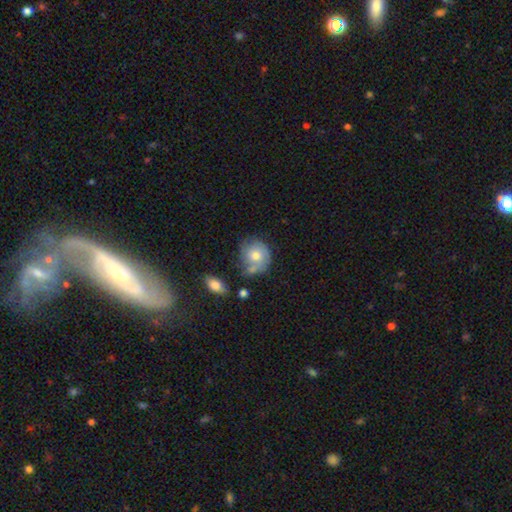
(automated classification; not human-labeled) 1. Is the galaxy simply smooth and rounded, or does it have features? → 63% smooth, 29% featured or disk, 7% star or artifact.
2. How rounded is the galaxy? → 77% round, 22% in between, 1% cigar-shaped.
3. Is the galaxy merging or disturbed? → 49% none, 24% minor disturbance, 18% merger, 9% major disturbance.